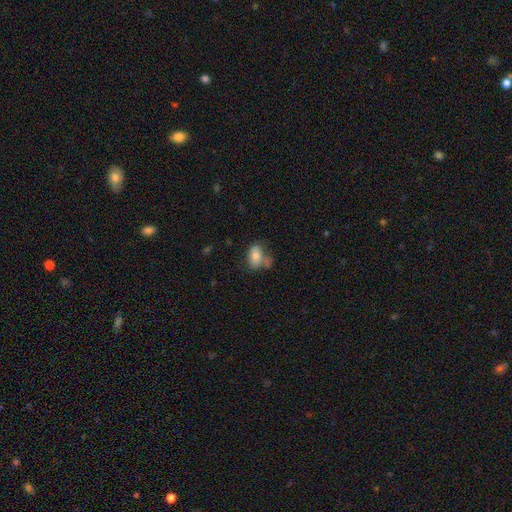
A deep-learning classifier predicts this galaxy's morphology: Q: Smooth or featured?
A: smooth (77%); runner-up: featured or disk (15%)
Q: How rounded?
A: in between (86%); runner-up: round (12%)
Q: Merging?
A: none (46%); runner-up: minor disturbance (23%)